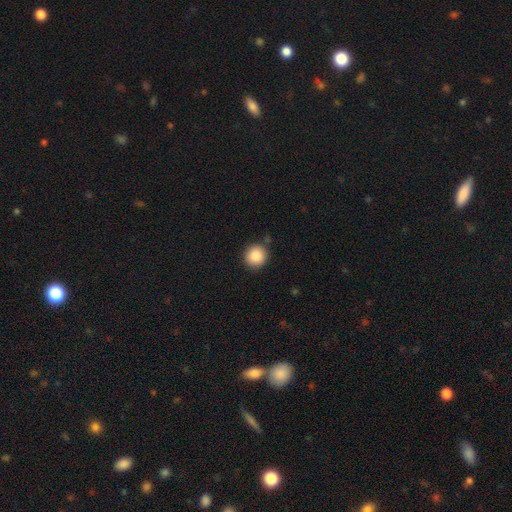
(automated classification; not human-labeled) Smooth or featured: smooth — 88% (star or artifact — 9%)
How rounded: round — 93% (in between — 6%)
Merging: none — 85% (minor disturbance — 10%)